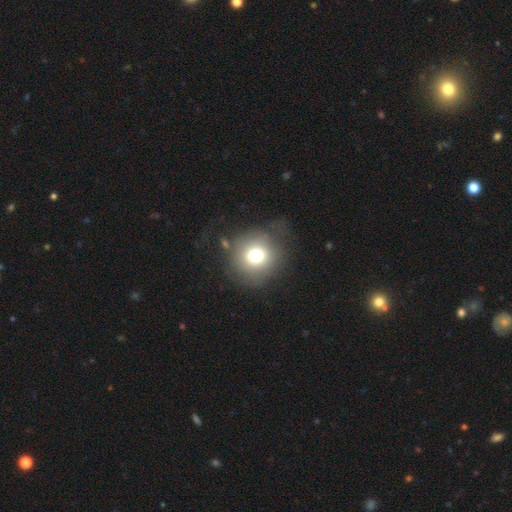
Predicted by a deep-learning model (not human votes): Morphology: type=smooth (74%); roundness=round (92%); merging=none (69%).